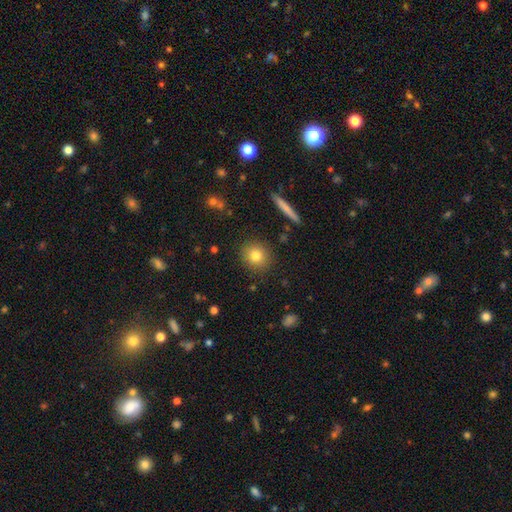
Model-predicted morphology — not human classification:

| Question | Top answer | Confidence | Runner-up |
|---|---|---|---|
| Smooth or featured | smooth | 80% | featured or disk (10%) |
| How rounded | round | 86% | in between (12%) |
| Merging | none | 89% | minor disturbance (7%) |